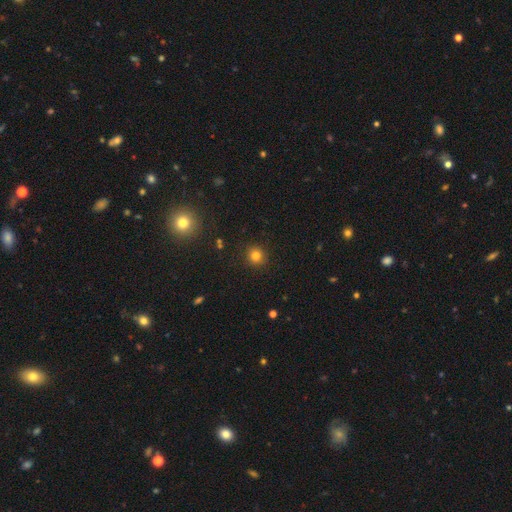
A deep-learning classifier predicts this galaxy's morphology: Smooth or featured?
  - smooth: 80% *
  - star or artifact: 14%
  - featured or disk: 6%
How rounded?
  - round: 92% *
  - in between: 7%
  - cigar-shaped: 1%
Merging?
  - none: 90% *
  - minor disturbance: 6%
  - major disturbance: 2%
  - merger: 1%